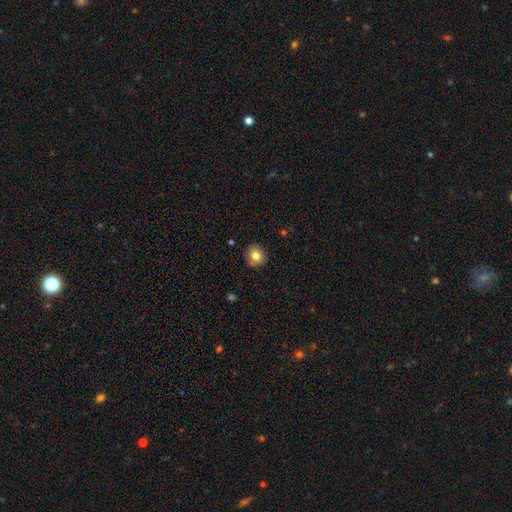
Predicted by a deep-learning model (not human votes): smooth-or-featured: smooth: 81% | star or artifact: 10% | featured or disk: 9%
  how-rounded: round: 84% | in between: 15% | cigar-shaped: 1%
  merging: none: 87% | minor disturbance: 10% | major disturbance: 2% | merger: 1%